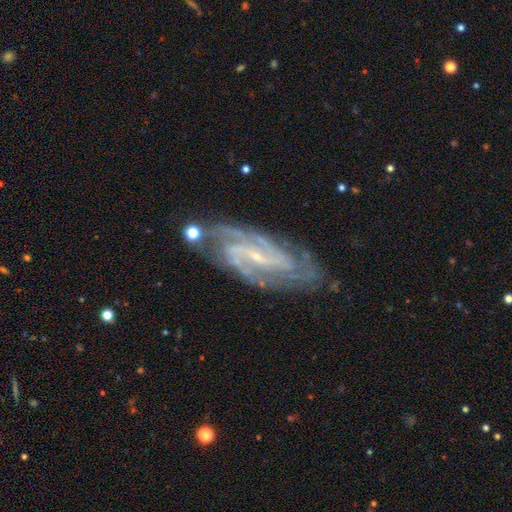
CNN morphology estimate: A featured or disk galaxy (90%) with a weak bar (41%), 2 (42%) medium (45%) spiral arms (98%) and a small central bulge (84%). Merging: none (75%).